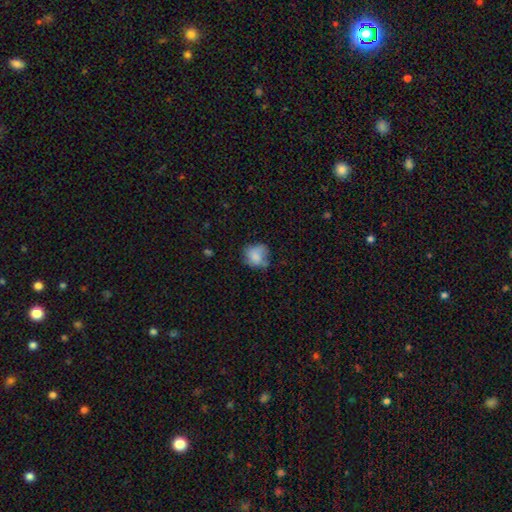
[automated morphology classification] Smooth or featured: smooth — 71% (featured or disk — 21%)
How rounded: round — 70% (in between — 29%)
Merging: none — 51% (minor disturbance — 32%)